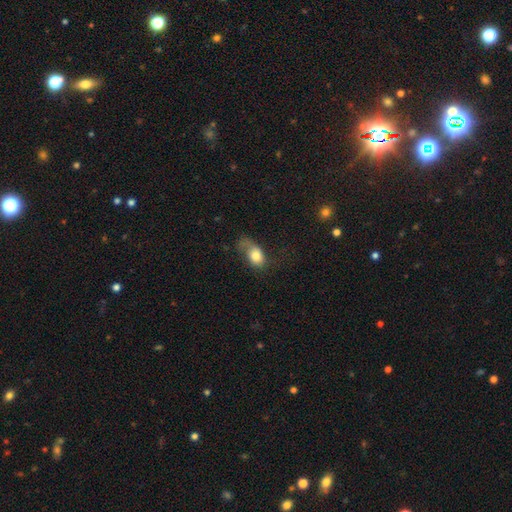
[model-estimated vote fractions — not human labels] Smooth or featured: smooth — 69% (featured or disk — 23%)
How rounded: in between — 77% (round — 20%)
Merging: major disturbance — 41% (none — 29%)